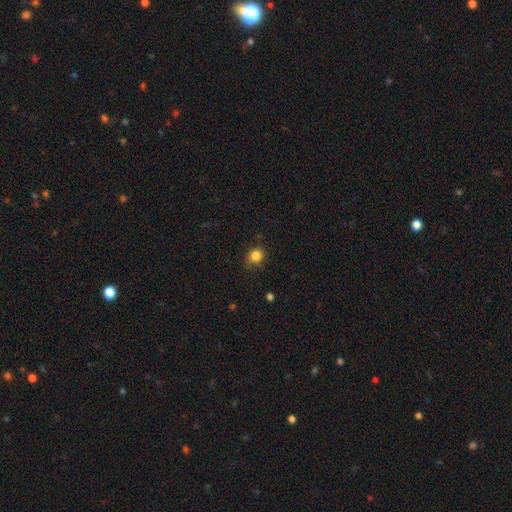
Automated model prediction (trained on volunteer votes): The model was most divided on "merging": none: 81%, minor disturbance: 15%, major disturbance: 4%, merger: 1%. More confident: smooth or featured — smooth (84%); how rounded — round (84%).